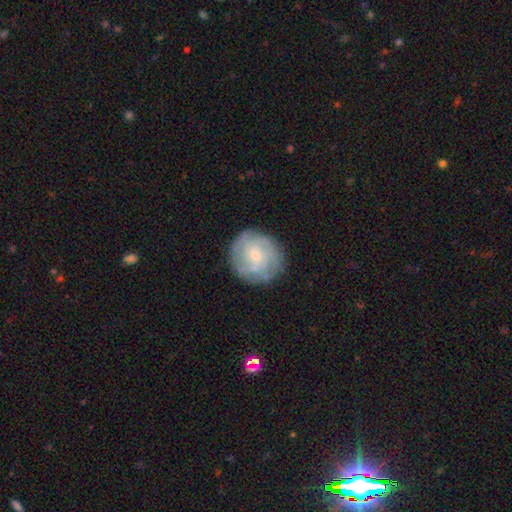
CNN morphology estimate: smooth-or-featured: featured or disk: 64% | smooth: 30% | star or artifact: 7%
  disk-edge-on: no: 98% | yes: 2%
    bar: no: 61% | weak: 34% | strong: 5%
    has-spiral-arms: yes: 86% | no: 14%
      spiral-winding: tight: 65% | medium: 27% | loose: 8%
      spiral-arm-count: can't tell: 45% | 3: 18% | 2: 13% | 4: 13% | more than 4: 5% | 1: 5%
    bulge-size: small: 57% | moderate: 28% | none: 11% | large: 3% | dominant: 1%
  merging: none: 79% | minor disturbance: 14% | major disturbance: 5% | merger: 1%